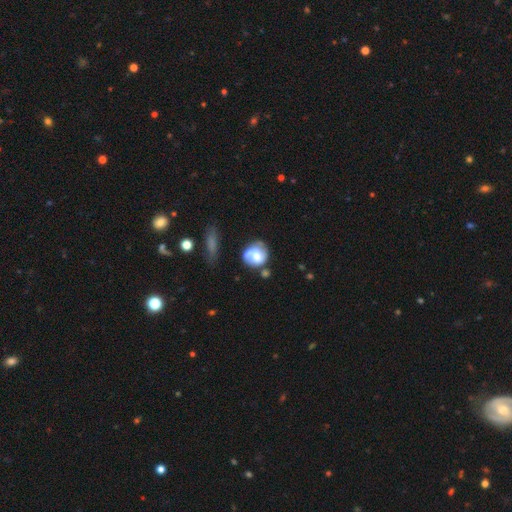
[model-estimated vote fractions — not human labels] Overall: smooth (50%; featured or disk 42%). How rounded: round (69%). Merging: none (35%; merger 30%).